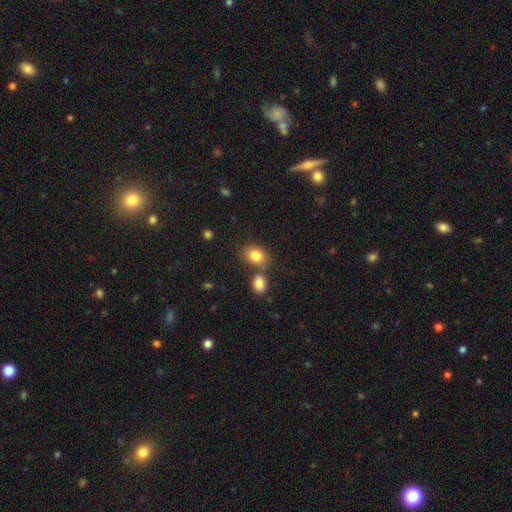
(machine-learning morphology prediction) Smooth or featured? smooth (82%)
How rounded? in between (67%)
Merging? none (60%)